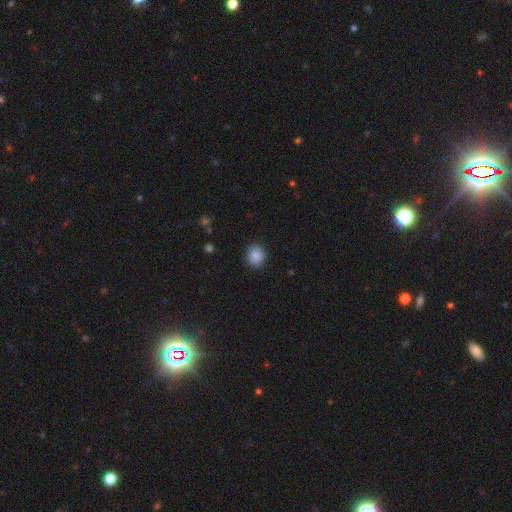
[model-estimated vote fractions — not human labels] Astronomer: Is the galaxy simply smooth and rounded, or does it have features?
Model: smooth — 87%.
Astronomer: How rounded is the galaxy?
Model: round — 74%.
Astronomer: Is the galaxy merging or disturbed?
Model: none — 88%.